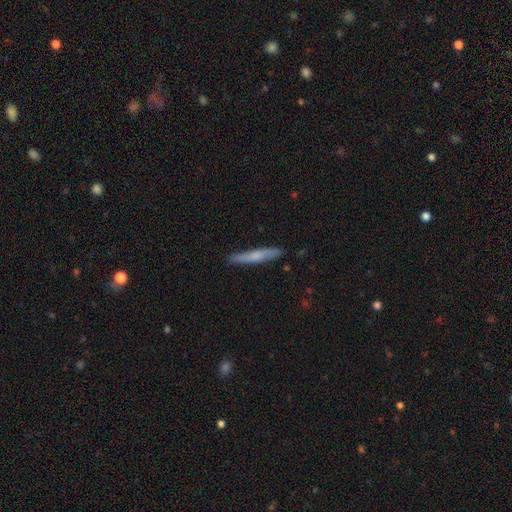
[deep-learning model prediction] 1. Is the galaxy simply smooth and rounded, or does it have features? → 60% smooth, 35% featured or disk, 6% star or artifact.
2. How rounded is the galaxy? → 94% cigar-shaped, 4% in between, 1% round.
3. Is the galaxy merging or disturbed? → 88% none, 9% minor disturbance, 2% major disturbance, 1% merger.